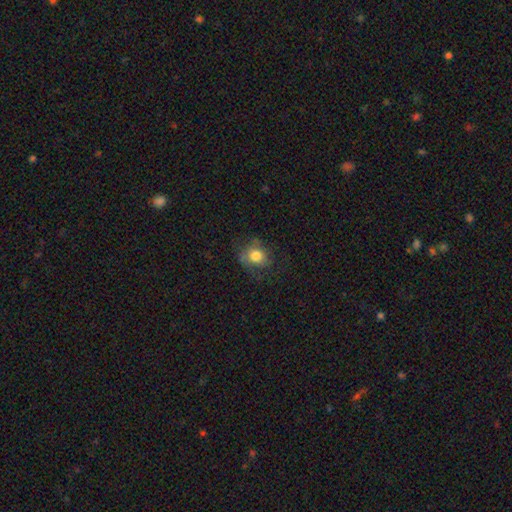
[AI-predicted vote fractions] Morphology: type=smooth (71%); roundness=round (58%); merging=none (60%).